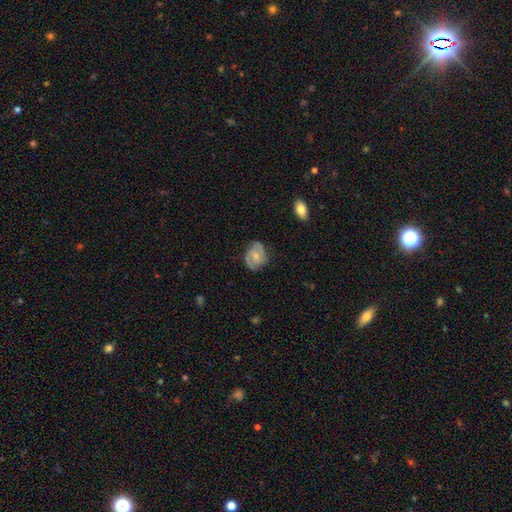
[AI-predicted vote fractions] Morphology: type=featured or disk (61%); edge-on=no (97%); bar=no (59%); spiral arms=yes (85%); winding=medium (43%); arm count=2 (71%); bulge=moderate (48%); merging=none (68%).